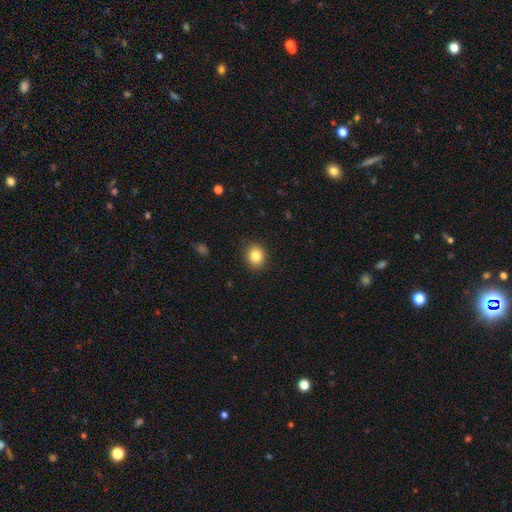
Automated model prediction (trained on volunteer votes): A smooth galaxy with no disk features (84%) that is round (68%).

Vote fractions:
- Smooth or featured? smooth: 84% / star or artifact: 10% / featured or disk: 6%
- How rounded? round: 68% / in between: 31% / cigar-shaped: 1%
- Merging? none: 89% / minor disturbance: 7% / major disturbance: 2% / merger: 1%